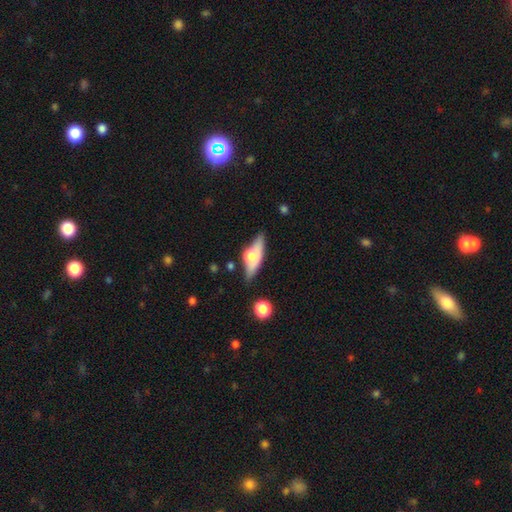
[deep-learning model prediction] The model was most divided on "smooth or featured": featured or disk: 57%, smooth: 35%, star or artifact: 7%. More confident: edge-on bulge — rounded (94%); edge-on disk — yes (88%); merging — none (76%).